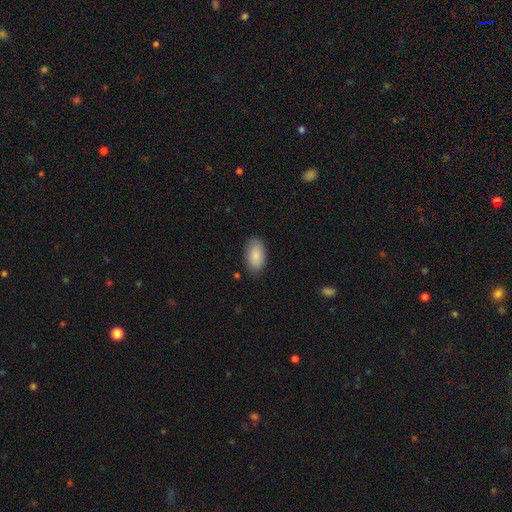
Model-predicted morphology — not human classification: A smooth galaxy with no disk features (86%) that is in between round and cigar-shaped (94%). Merging: none (84%).